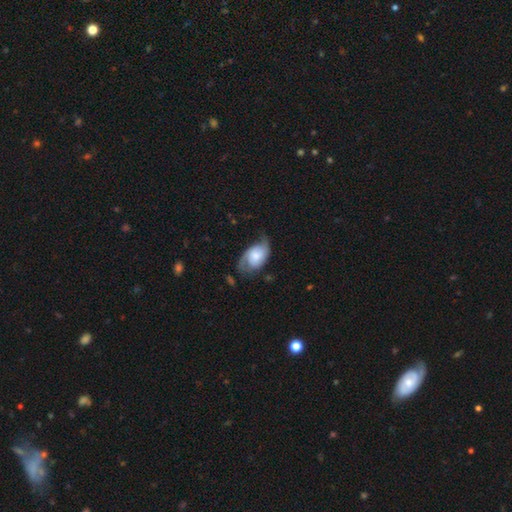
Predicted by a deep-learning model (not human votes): A featured or disk galaxy (57%) with no bar (70%), spiral arms (86%) and a moderate central bulge (37%).

Vote fractions:
- Smooth or featured? featured or disk: 57% / smooth: 36% / star or artifact: 7%
- Edge-on disk? no: 96% / yes: 4%
- Bar? no: 70% / weak: 25% / strong: 5%
- Spiral arms? yes: 86% / no: 14%
- Bulge size? moderate: 37% / small: 30% / large: 20% / none: 8% / dominant: 5%
- Merging? none: 48% / minor disturbance: 32% / major disturbance: 18% / merger: 2%